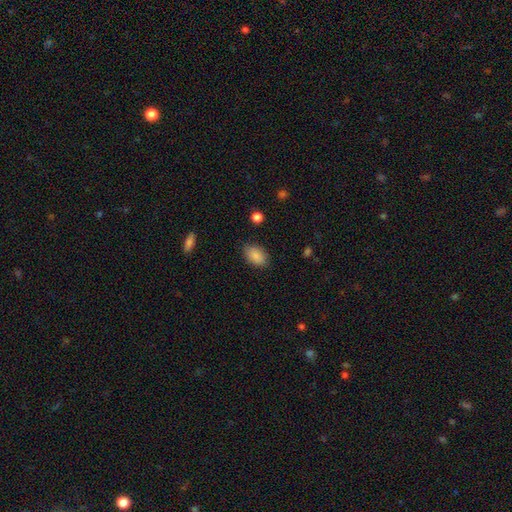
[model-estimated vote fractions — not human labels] Q: Smooth or featured?
A: smooth (88%); runner-up: star or artifact (7%)
Q: How rounded?
A: in between (91%); runner-up: round (8%)
Q: Merging?
A: none (82%); runner-up: minor disturbance (14%)